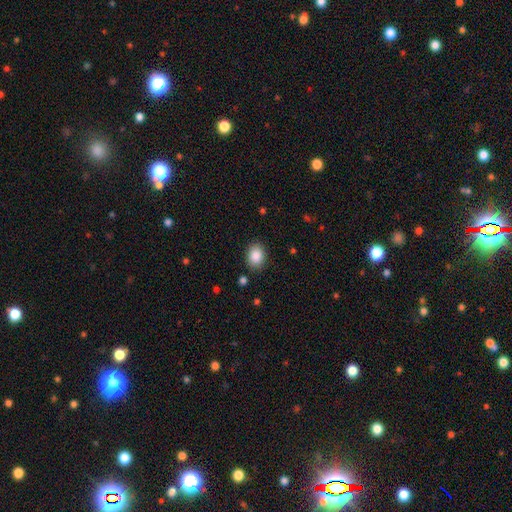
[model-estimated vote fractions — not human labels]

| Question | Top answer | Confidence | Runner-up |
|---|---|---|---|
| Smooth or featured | smooth | 87% | star or artifact (8%) |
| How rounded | in between | 64% | round (35%) |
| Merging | none | 87% | minor disturbance (9%) |